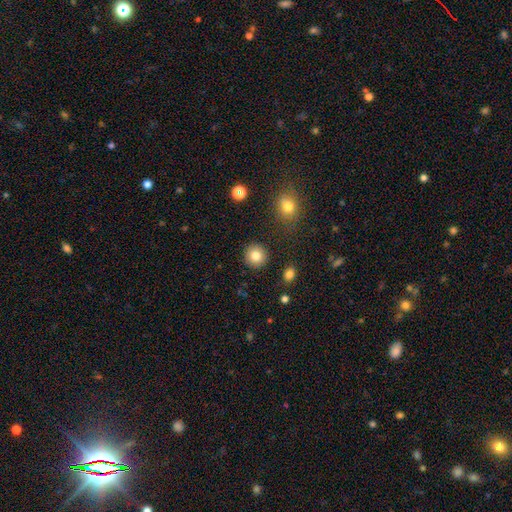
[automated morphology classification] smooth 82%, star or artifact 10%, featured or disk 8%. Down the decision tree: how rounded — round (93%); merging — none (91%).